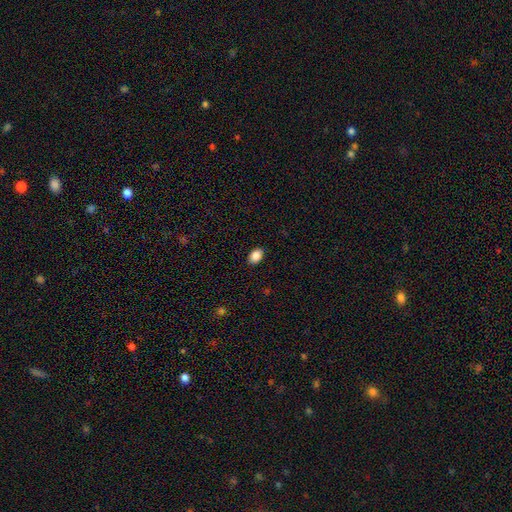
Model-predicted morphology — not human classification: Smooth or featured? Predicted: smooth (p=0.88). How rounded? Predicted: in between (p=0.84). Merging? Predicted: none (p=0.89).